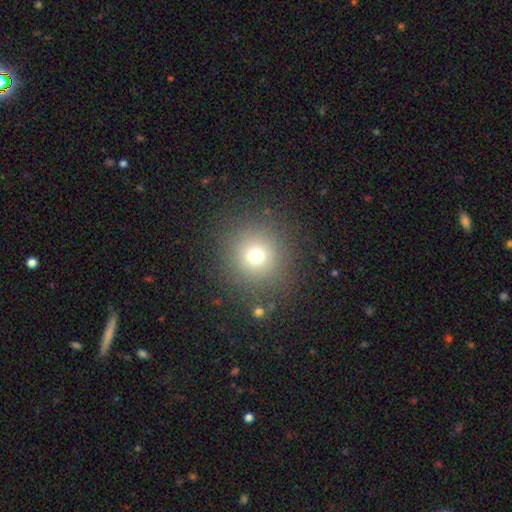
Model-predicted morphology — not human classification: This is likely a smooth galaxy (70%). How rounded: clearly round (93%). Merging: clearly none (86%).